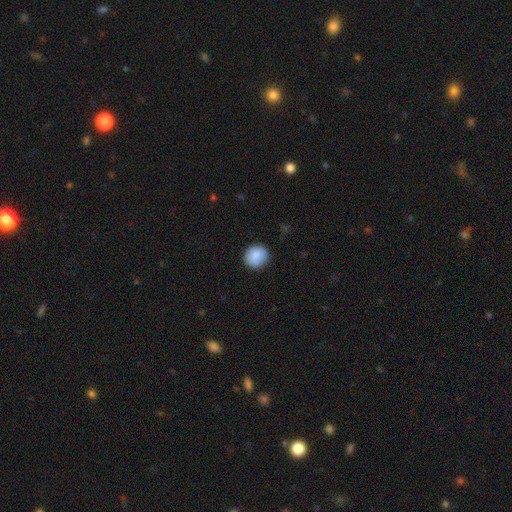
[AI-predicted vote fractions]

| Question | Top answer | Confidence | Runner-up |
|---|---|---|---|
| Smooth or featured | smooth | 88% | star or artifact (7%) |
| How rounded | round | 92% | in between (7%) |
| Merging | none | 89% | minor disturbance (8%) |